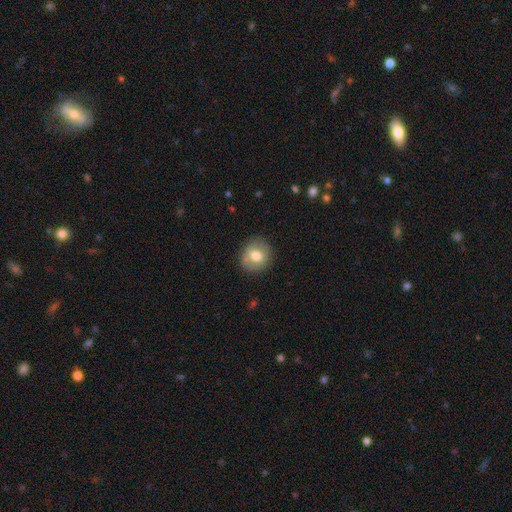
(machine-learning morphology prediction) This appears to be a smooth galaxy with no disk features (69%) that is round (82%). Merging: none (85%).